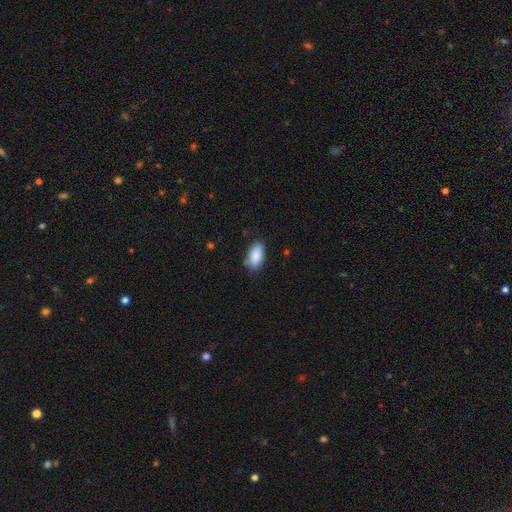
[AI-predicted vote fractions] Smooth or featured?
  - smooth: 88% *
  - star or artifact: 7%
  - featured or disk: 6%
How rounded?
  - in between: 93% *
  - cigar-shaped: 4%
  - round: 3%
Merging?
  - none: 78% *
  - minor disturbance: 17%
  - major disturbance: 3%
  - merger: 2%